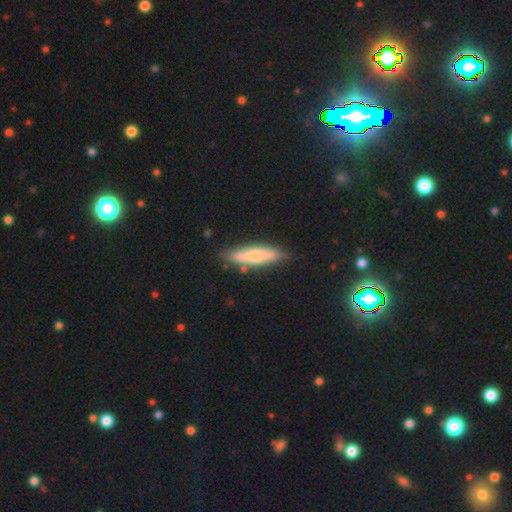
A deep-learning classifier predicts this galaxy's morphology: Overall: smooth (63%; featured or disk 32%). How rounded: cigar-shaped (71%). Merging: none (81%).